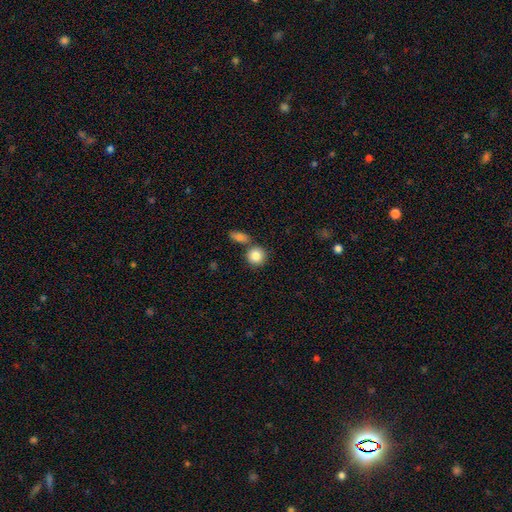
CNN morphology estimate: A smooth galaxy with no disk features (85%) that is round (88%). Merging: none (70%).